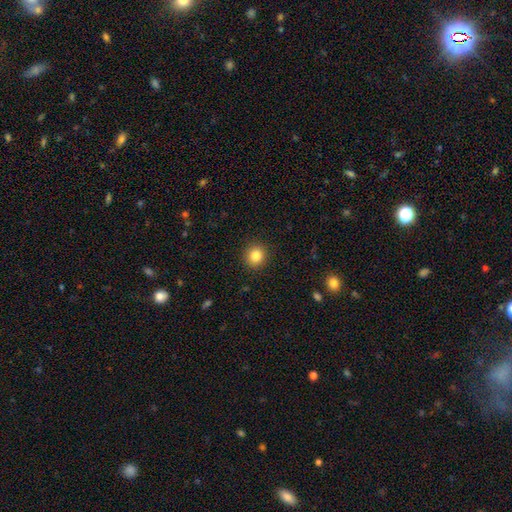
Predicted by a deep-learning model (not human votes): A smooth galaxy with no disk features (84%) that is round (89%).

Vote fractions:
- Smooth or featured? smooth: 84% / star or artifact: 11% / featured or disk: 5%
- How rounded? round: 89% / in between: 10% / cigar-shaped: 1%
- Merging? none: 92% / minor disturbance: 6% / major disturbance: 2% / merger: 1%